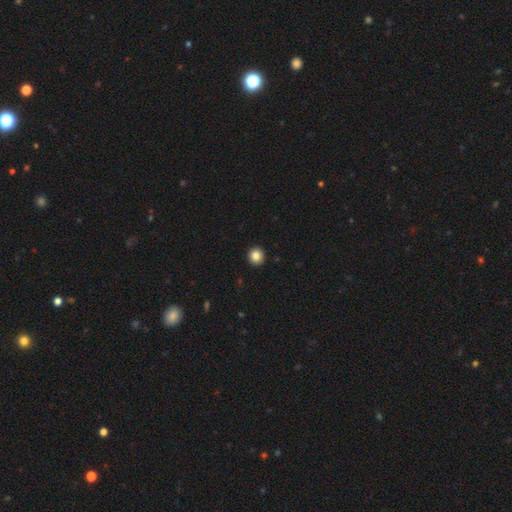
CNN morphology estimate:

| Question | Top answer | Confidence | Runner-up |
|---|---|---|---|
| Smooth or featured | smooth | 84% | star or artifact (10%) |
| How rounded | round | 95% | in between (4%) |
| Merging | none | 94% | minor disturbance (4%) |